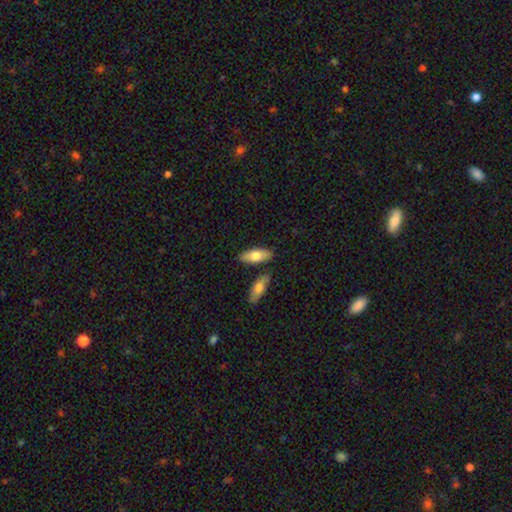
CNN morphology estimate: Q: Smooth or featured?
A: smooth (73%); runner-up: featured or disk (21%)
Q: How rounded?
A: in between (77%); runner-up: cigar-shaped (21%)
Q: Merging?
A: none (76%); runner-up: merger (11%)